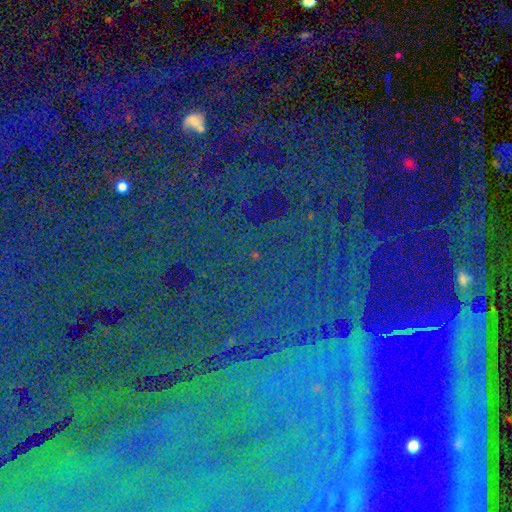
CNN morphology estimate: star or artifact 84%, smooth 9%, featured or disk 8%.